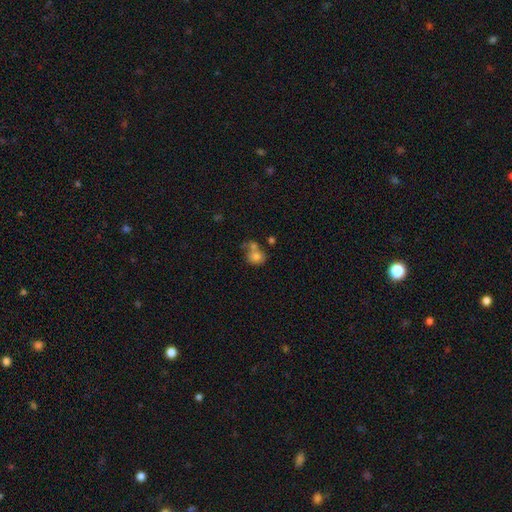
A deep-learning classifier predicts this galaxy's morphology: A smooth galaxy with no disk features (74%) that is round (67%). Merging: merger (45%).